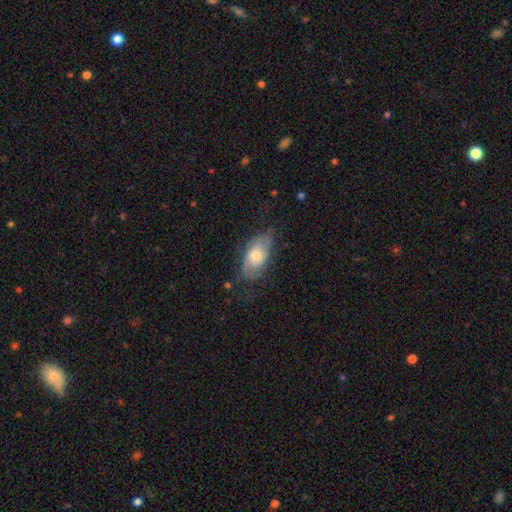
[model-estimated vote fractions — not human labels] Q: Smooth or featured?
A: smooth (57%); runner-up: featured or disk (36%)
Q: How rounded?
A: in between (90%); runner-up: cigar-shaped (5%)
Q: Merging?
A: none (58%); runner-up: minor disturbance (29%)